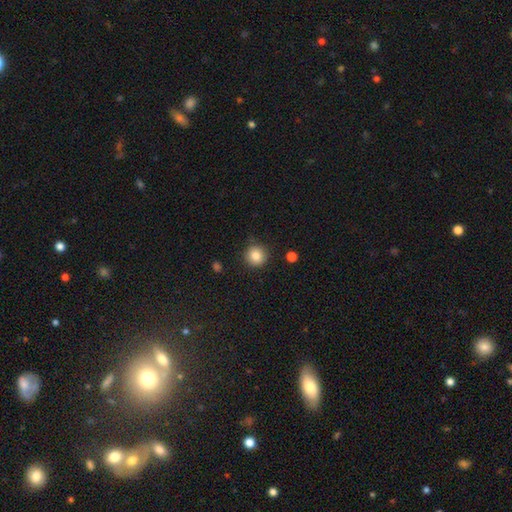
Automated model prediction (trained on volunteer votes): smooth 84%, star or artifact 10%, featured or disk 6%. Down the decision tree: how rounded — round (94%); merging — none (88%).